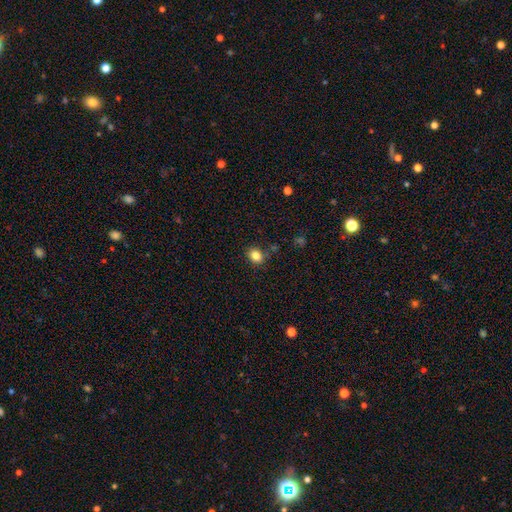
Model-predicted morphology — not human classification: Overall: smooth (83%). How rounded: round (52%; in between 47%). Merging: none (83%).